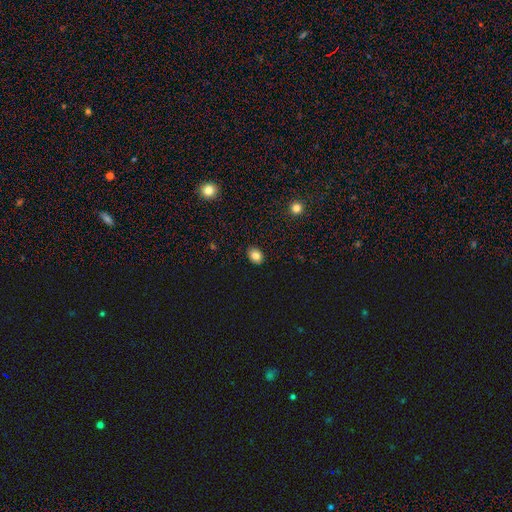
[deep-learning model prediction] A smooth galaxy with no disk features (83%) that is in between round and cigar-shaped (58%). Merging: none (89%).